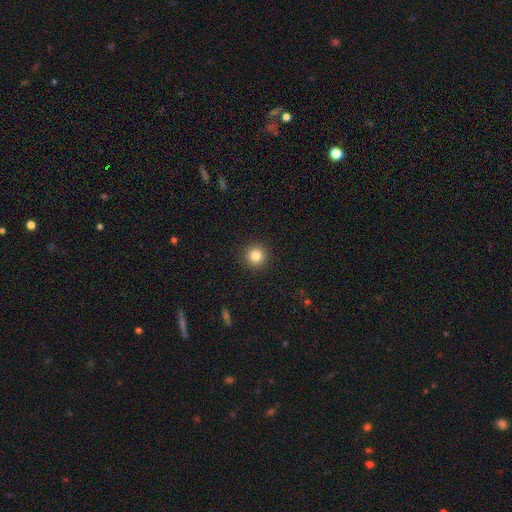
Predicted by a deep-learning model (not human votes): Q: Smooth or featured?
A: smooth (84%); runner-up: star or artifact (11%)
Q: How rounded?
A: round (95%); runner-up: in between (4%)
Q: Merging?
A: none (92%); runner-up: minor disturbance (5%)